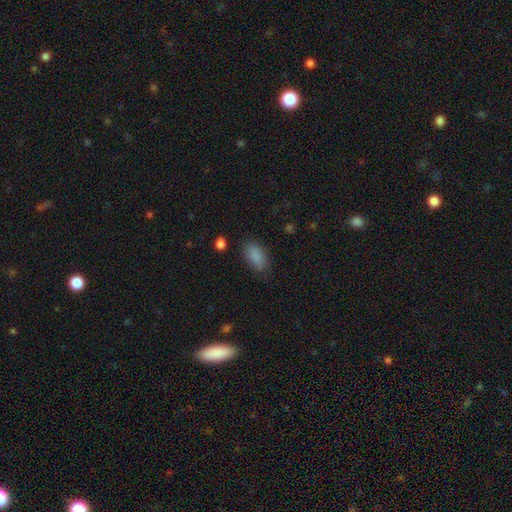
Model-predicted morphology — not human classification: Smooth or featured: smooth — 87% (star or artifact — 8%)
How rounded: in between — 92% (round — 6%)
Merging: none — 80% (minor disturbance — 14%)